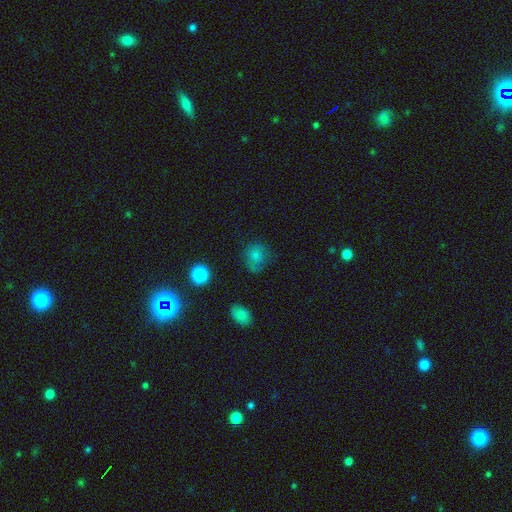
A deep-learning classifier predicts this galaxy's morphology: A smooth galaxy with no disk features (76%) that is round (74%).

Vote fractions:
- Smooth or featured? smooth: 76% / star or artifact: 14% / featured or disk: 11%
- How rounded? round: 74% / in between: 25% / cigar-shaped: 1%
- Merging? none: 64% / minor disturbance: 23% / major disturbance: 10% / merger: 3%